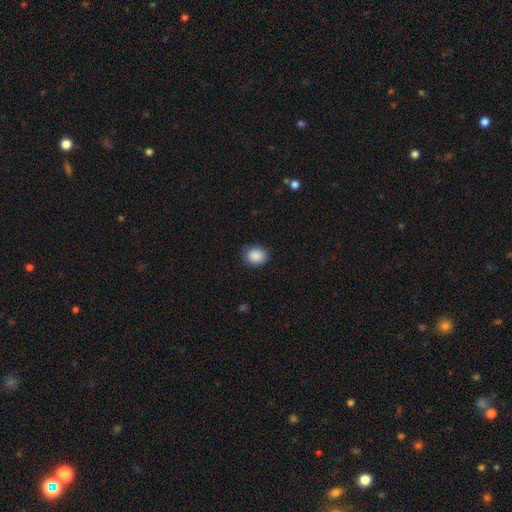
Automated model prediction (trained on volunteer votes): Overall: smooth (89%). How rounded: in between (51%; round 48%). Merging: none (81%).